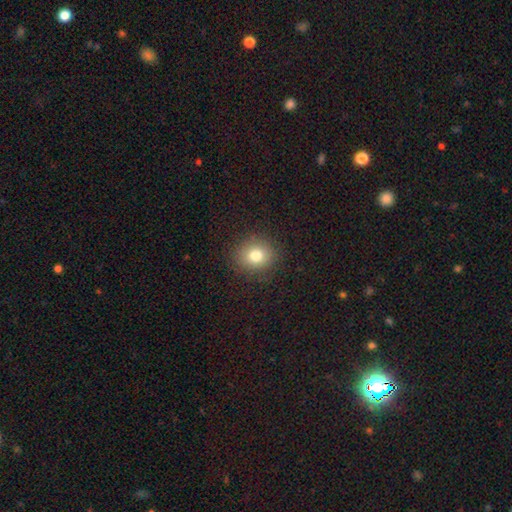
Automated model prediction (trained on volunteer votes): Smooth or featured? Predicted: smooth (p=0.78). How rounded? Predicted: round (p=0.80). Merging? Predicted: none (p=0.88).